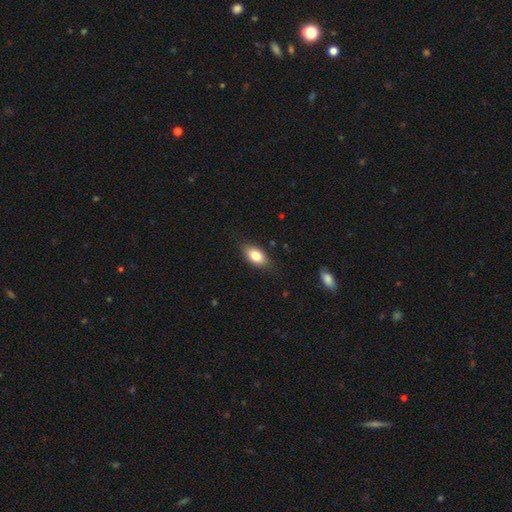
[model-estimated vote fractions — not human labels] smooth_or_featured: smooth (p=0.81) [alt: featured or disk p=0.11]
how_rounded: in between (p=0.89) [alt: cigar-shaped p=0.05]
merging: none (p=0.82) [alt: minor disturbance p=0.14]